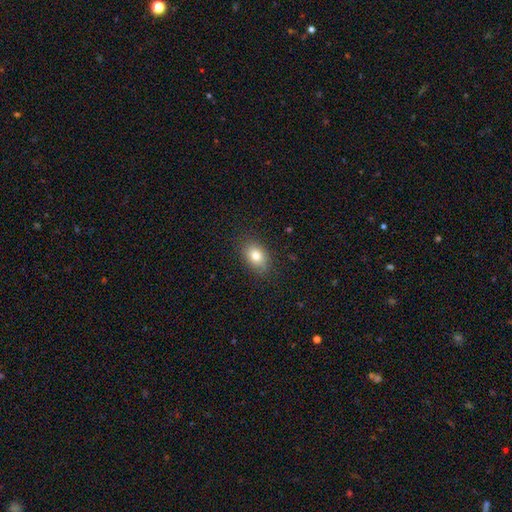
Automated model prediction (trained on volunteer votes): This appears to be a smooth galaxy with no disk features (79%) that is in between round and cigar-shaped (76%). Merging: none (83%).